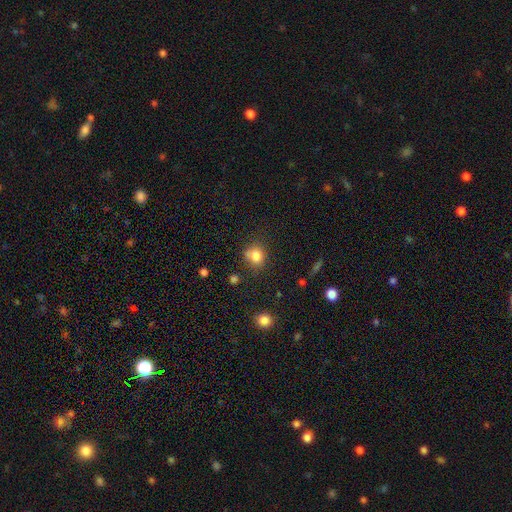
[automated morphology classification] Smooth or featured? smooth (80%)
How rounded? round (74%)
Merging? none (60%)